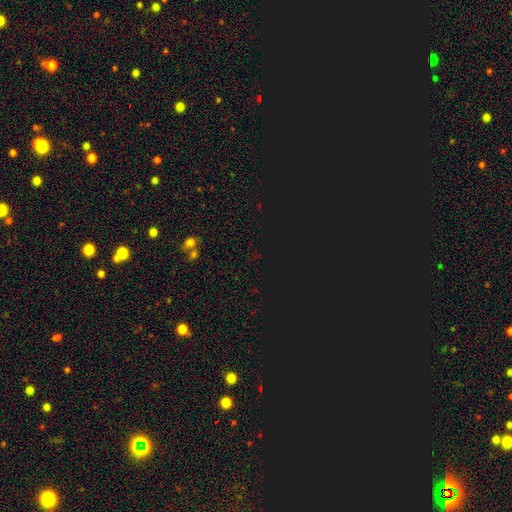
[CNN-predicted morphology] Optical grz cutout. It shows a star or artifact, not a galaxy (71%).